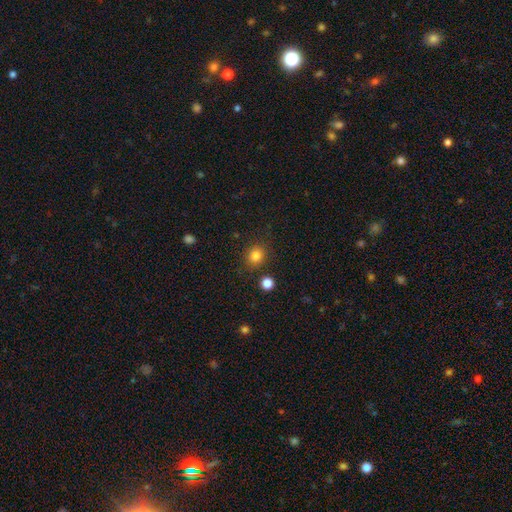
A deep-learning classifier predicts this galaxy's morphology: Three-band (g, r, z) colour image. It shows a smooth galaxy with no disk features (83%) that is round (81%). Merging: none (84%).